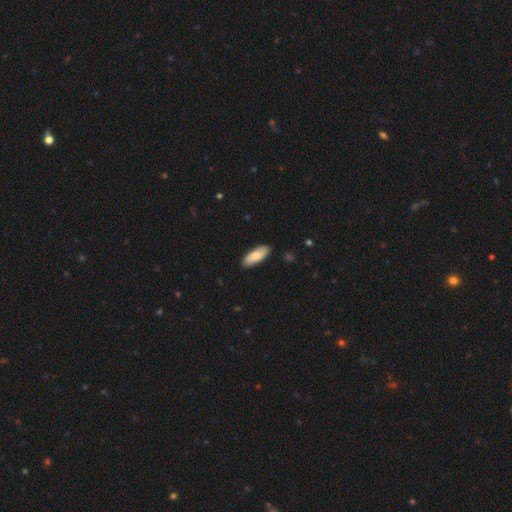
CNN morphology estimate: Overall: smooth (79%). How rounded: in between (73%). Merging: none (88%).